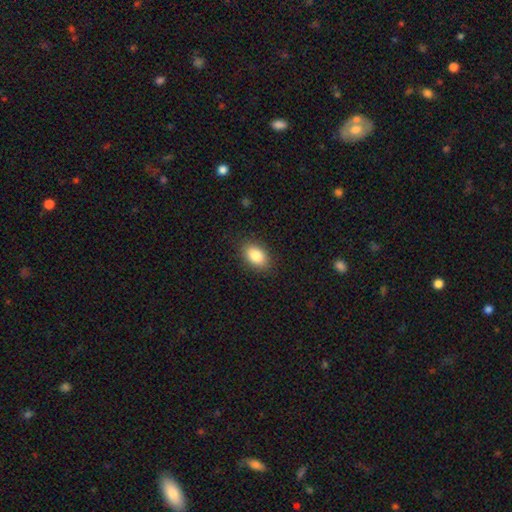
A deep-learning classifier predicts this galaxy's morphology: A smooth galaxy with no disk features (85%) that is in between round and cigar-shaped (88%). Merging: none (87%).